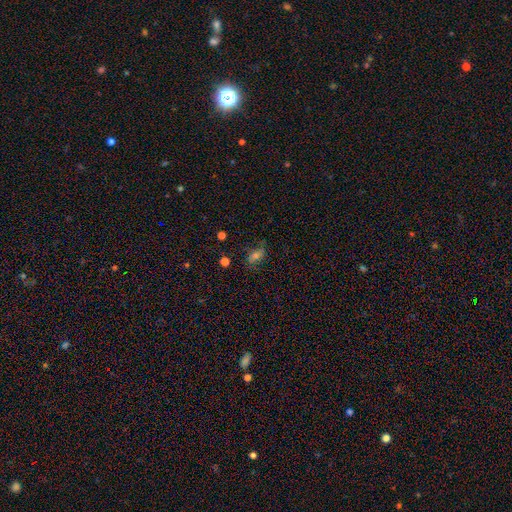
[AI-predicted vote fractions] smooth-or-featured: smooth: 43% | featured or disk: 36% | star or artifact: 20%
  merging: none: 66% | minor disturbance: 21% | major disturbance: 10% | merger: 2%